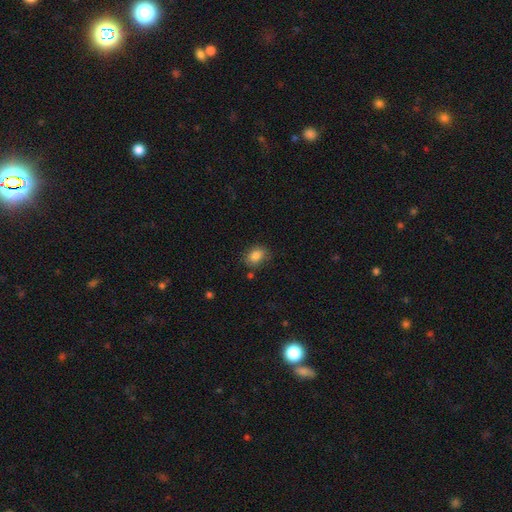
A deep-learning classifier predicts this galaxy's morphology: A smooth galaxy with no disk features (85%) that is in between round and cigar-shaped (65%). Merging: none (76%).